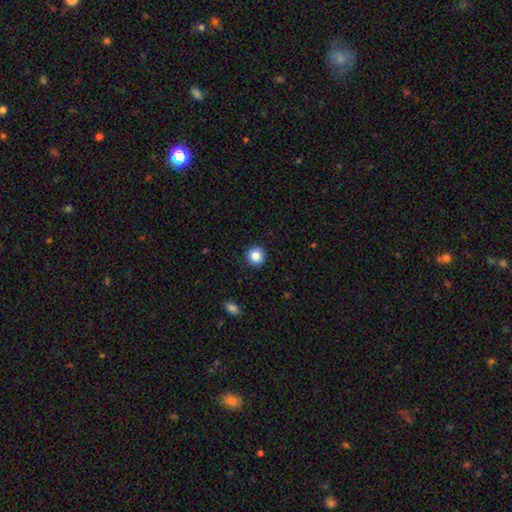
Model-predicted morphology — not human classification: Smooth or featured: smooth — 86% (star or artifact — 10%)
How rounded: round — 93% (in between — 6%)
Merging: none — 90% (minor disturbance — 7%)